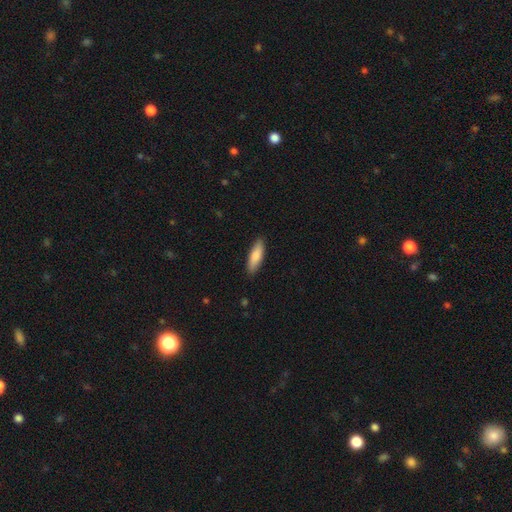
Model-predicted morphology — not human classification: The model was most divided on "how rounded": cigar-shaped: 52%, in between: 46%, round: 2%. More confident: merging — none (88%); smooth or featured — smooth (83%).